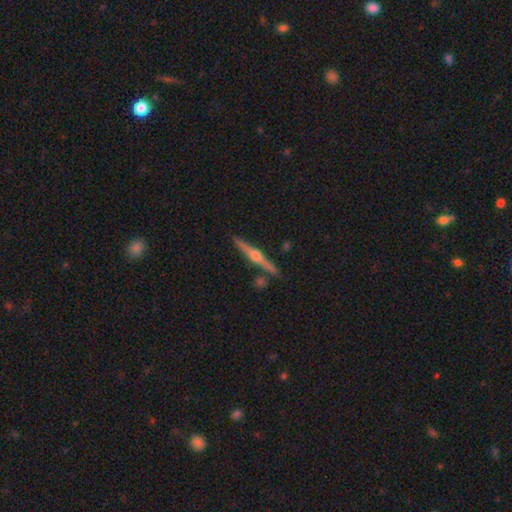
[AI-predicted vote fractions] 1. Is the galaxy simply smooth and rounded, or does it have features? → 82% featured or disk, 12% smooth, 5% star or artifact.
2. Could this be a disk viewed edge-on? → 98% yes, 2% no.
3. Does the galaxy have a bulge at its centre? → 95% rounded, 3% boxy, 3% none.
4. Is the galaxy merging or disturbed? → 88% none, 7% minor disturbance, 4% merger, 2% major disturbance.